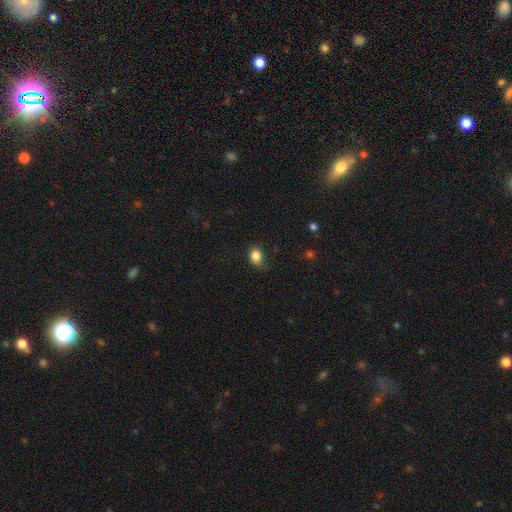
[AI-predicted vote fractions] smooth-or-featured: smooth: 86% | star or artifact: 10% | featured or disk: 5%
  how-rounded: in between: 63% | round: 36% | cigar-shaped: 1%
  merging: none: 71% | minor disturbance: 23% | major disturbance: 5% | merger: 1%